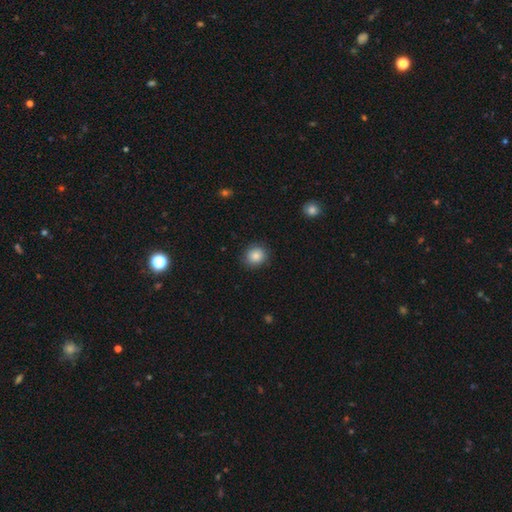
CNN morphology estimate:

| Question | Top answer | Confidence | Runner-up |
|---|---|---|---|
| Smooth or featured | smooth | 86% | star or artifact (9%) |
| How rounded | round | 83% | in between (16%) |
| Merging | none | 88% | minor disturbance (9%) |